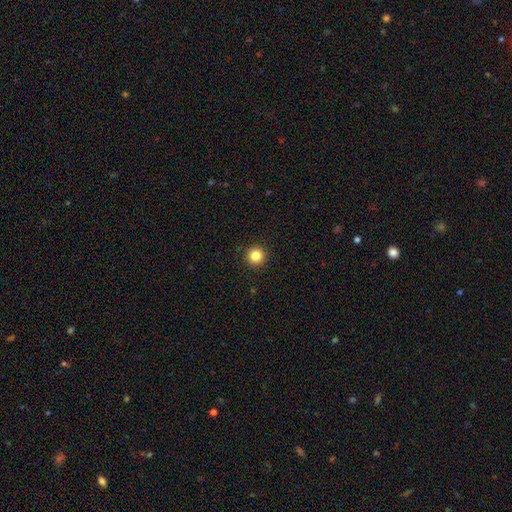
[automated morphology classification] Smooth or featured: smooth — 85% (star or artifact — 11%)
How rounded: round — 96% (in between — 3%)
Merging: none — 93% (minor disturbance — 4%)